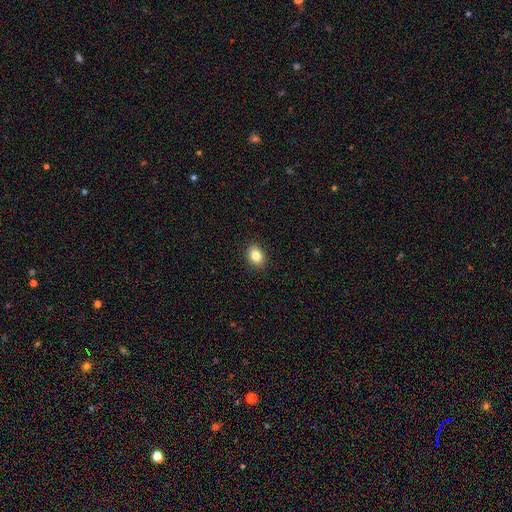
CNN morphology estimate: The model was most divided on "how rounded": in between: 73%, round: 26%, cigar-shaped: 1%. More confident: merging — none (90%); smooth or featured — smooth (84%).